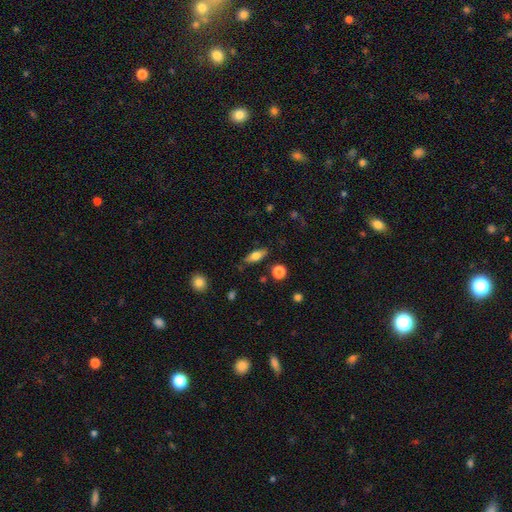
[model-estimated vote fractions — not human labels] Smooth or featured? smooth (70%)
How rounded? in between (70%)
Merging? none (81%)